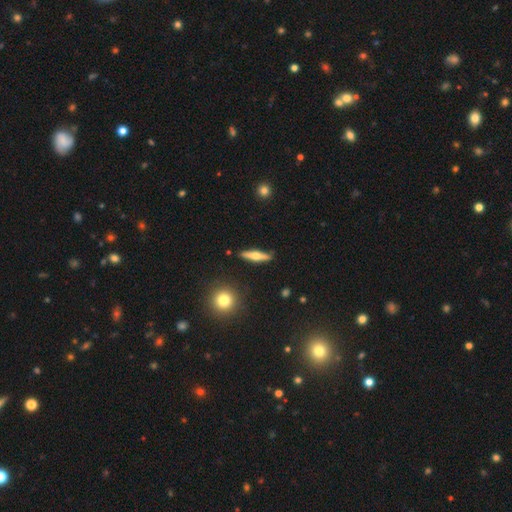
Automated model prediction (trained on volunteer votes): Smooth or featured: featured or disk — 58% (smooth — 36%)
Edge-on disk: yes — 95% (no — 5%)
Edge-on bulge: rounded — 93% (boxy — 4%)
Merging: none — 88% (minor disturbance — 8%)